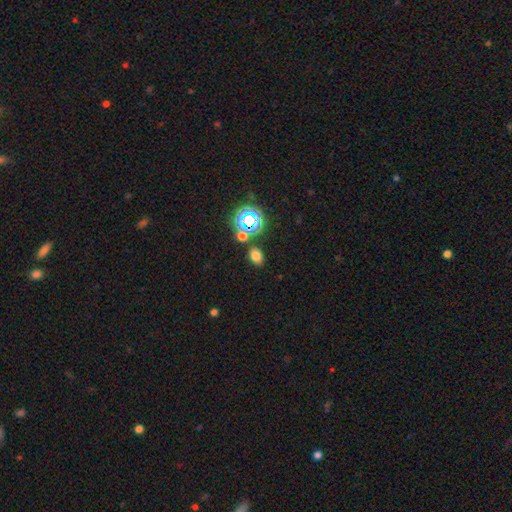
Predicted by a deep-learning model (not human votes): Smooth or featured? smooth (69%)
How rounded? in between (67%)
Merging? none (79%)